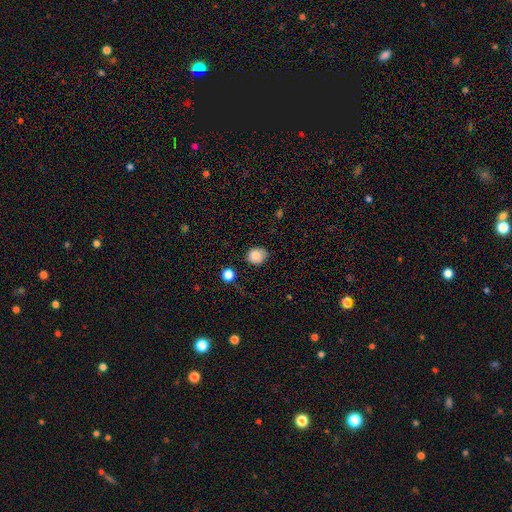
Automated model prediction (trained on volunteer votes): Smooth or featured?
  - smooth: 86% *
  - star or artifact: 10%
  - featured or disk: 5%
How rounded?
  - round: 80% *
  - in between: 19%
  - cigar-shaped: 1%
Merging?
  - none: 79% *
  - minor disturbance: 15%
  - major disturbance: 3%
  - merger: 2%